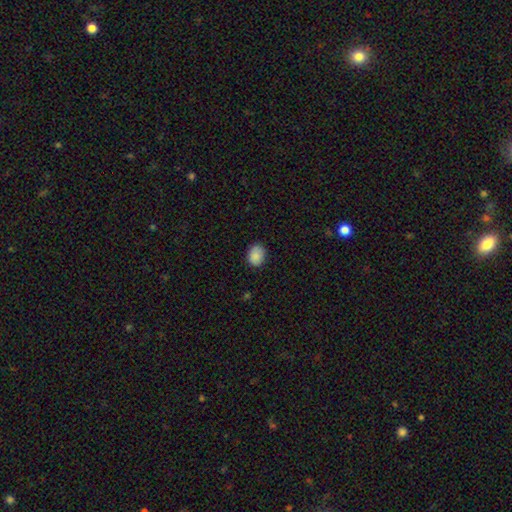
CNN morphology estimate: Smooth or featured? Predicted: smooth (p=0.88). How rounded? Predicted: in between (p=0.56). Merging? Predicted: none (p=0.81).